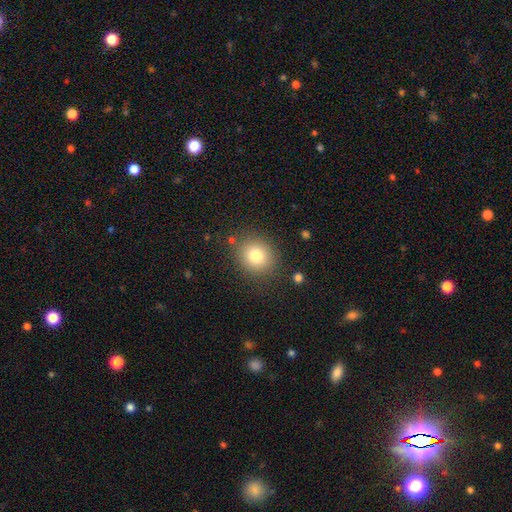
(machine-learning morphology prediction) Smooth or featured? Predicted: smooth (p=0.78). How rounded? Predicted: round (p=0.79). Merging? Predicted: none (p=0.85).